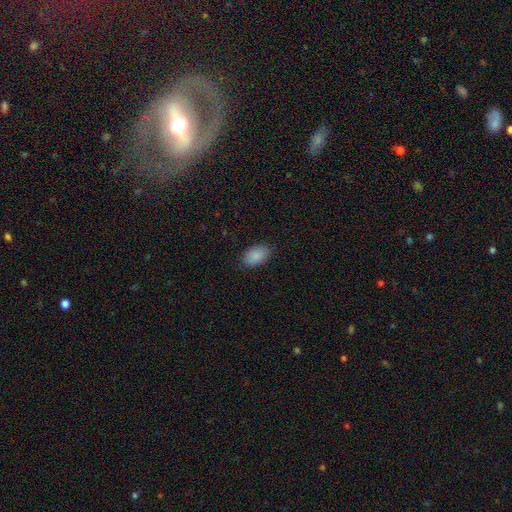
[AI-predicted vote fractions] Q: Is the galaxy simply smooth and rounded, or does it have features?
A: smooth — 89%.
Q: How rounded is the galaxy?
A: in between — 90%.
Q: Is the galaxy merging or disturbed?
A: none — 86%.